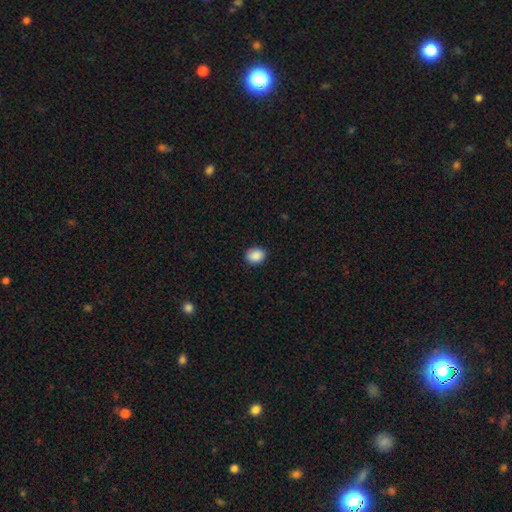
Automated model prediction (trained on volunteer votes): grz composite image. It shows a smooth galaxy with no disk features (89%) that is round (54%). Merging: none (88%).